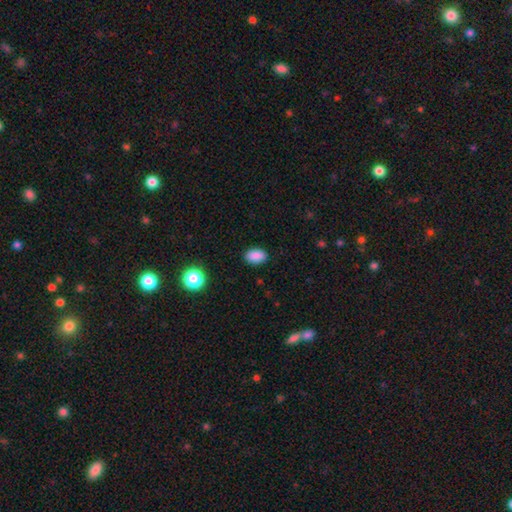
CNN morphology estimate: The model was most divided on "how rounded": in between: 85%, round: 14%, cigar-shaped: 1%. More confident: merging — none (88%); smooth or featured — smooth (87%).